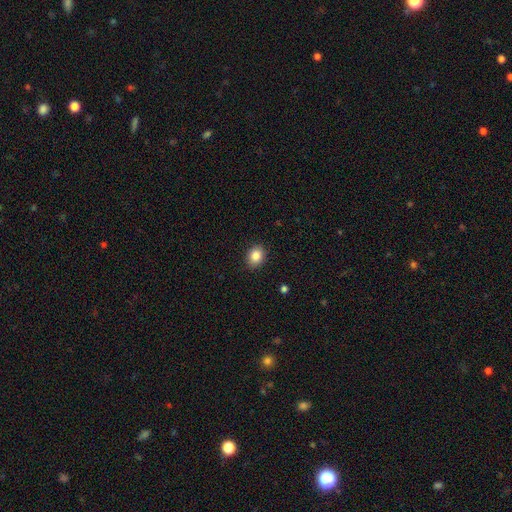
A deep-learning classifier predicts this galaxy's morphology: type=smooth (86%); roundness=round (50%); merging=none (89%).